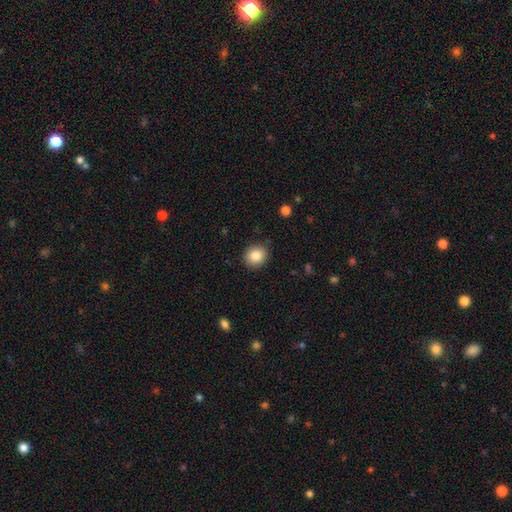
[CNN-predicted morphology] Smooth or featured? Predicted: smooth (p=0.84). How rounded? Predicted: round (p=0.78). Merging? Predicted: none (p=0.88).